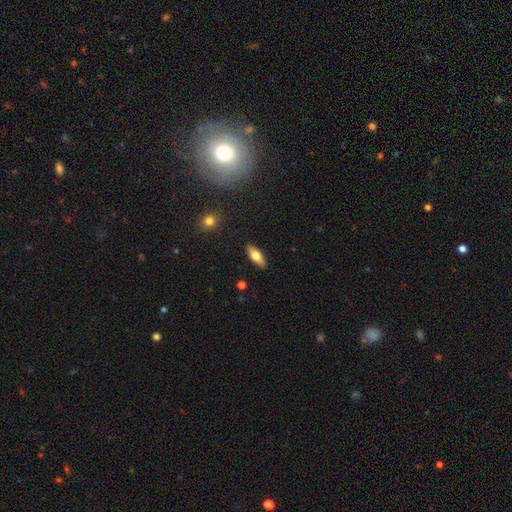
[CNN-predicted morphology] Q: Smooth or featured?
A: smooth (70%); runner-up: featured or disk (24%)
Q: How rounded?
A: in between (74%); runner-up: cigar-shaped (24%)
Q: Merging?
A: none (89%); runner-up: minor disturbance (8%)